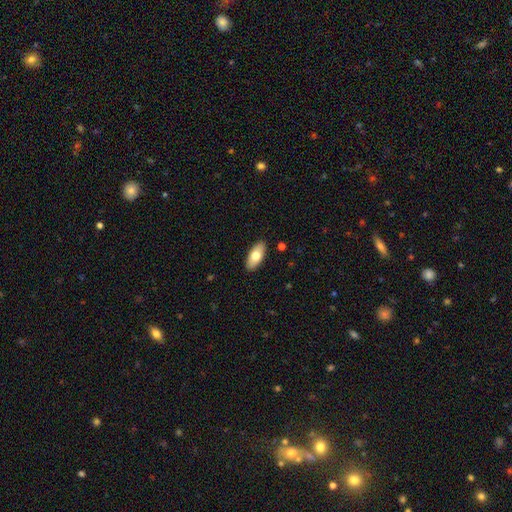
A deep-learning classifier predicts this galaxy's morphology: smooth-or-featured: smooth: 73% | featured or disk: 21% | star or artifact: 6%
  how-rounded: in between: 88% | cigar-shaped: 9% | round: 2%
  merging: none: 90% | minor disturbance: 8% | major disturbance: 2% | merger: 1%